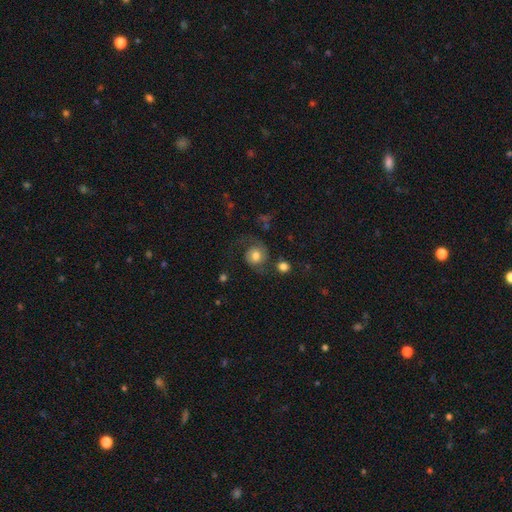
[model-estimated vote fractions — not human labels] This is possibly a featured or disk galaxy (46%). Merging: possibly none (53%).